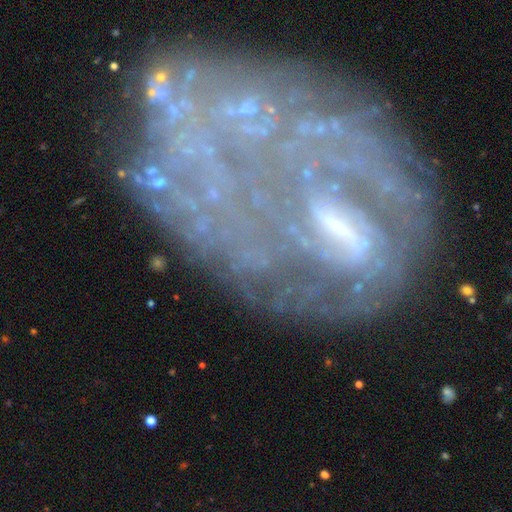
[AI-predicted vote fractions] smooth_or_featured: featured or disk (p=0.73) [alt: star or artifact p=0.17]
disk_edge_on: no (p=0.90) [alt: yes p=0.10]
bar: strong (p=0.49) [alt: weak p=0.29]
has_spiral_arms: yes (p=0.89) [alt: no p=0.11]
spiral_winding: tight (p=0.63) [alt: medium p=0.25]
spiral_arm_count: can't tell (p=0.35) [alt: 2 p=0.19]
bulge_size: small (p=0.54) [alt: moderate p=0.27]
merging: none (p=0.61) [alt: minor disturbance p=0.18]